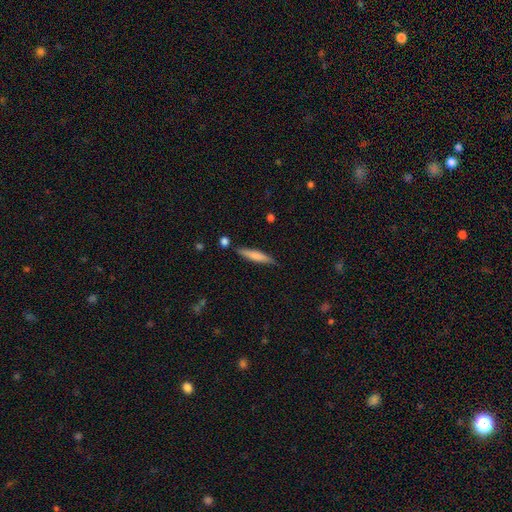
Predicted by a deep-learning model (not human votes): Smooth or featured? Predicted: smooth (p=0.72). How rounded? Predicted: cigar-shaped (p=0.88). Merging? Predicted: none (p=0.81).